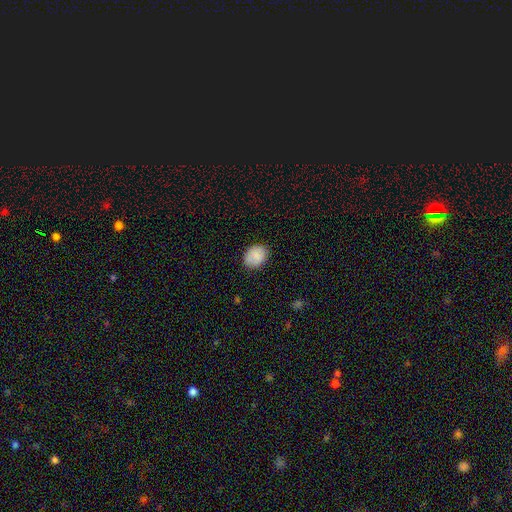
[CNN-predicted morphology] A smooth galaxy with no disk features (85%) that is in between round and cigar-shaped (55%).

Vote fractions:
- Smooth or featured? smooth: 85% / featured or disk: 8% / star or artifact: 8%
- How rounded? in between: 55% / round: 44% / cigar-shaped: 1%
- Merging? none: 83% / minor disturbance: 13% / major disturbance: 3% / merger: 1%